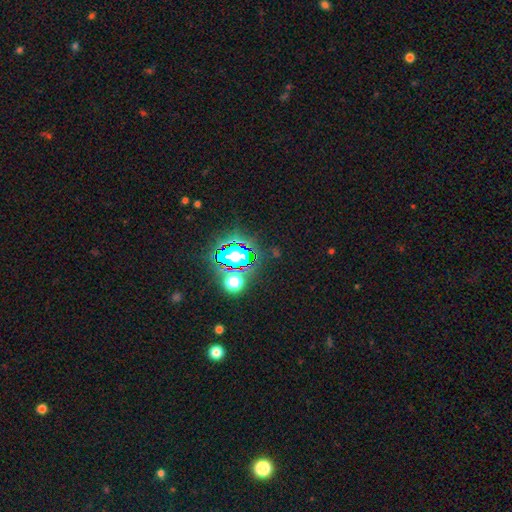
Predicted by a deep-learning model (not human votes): Morphology: type=star or artifact (75%).